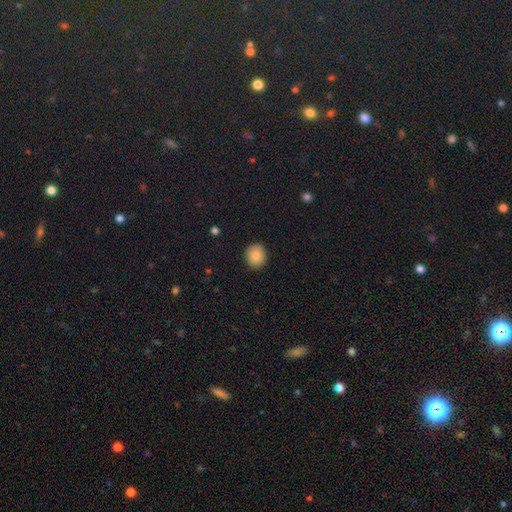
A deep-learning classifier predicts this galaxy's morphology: Smooth or featured: smooth — 86% (star or artifact — 8%)
How rounded: round — 78% (in between — 21%)
Merging: none — 90% (minor disturbance — 8%)